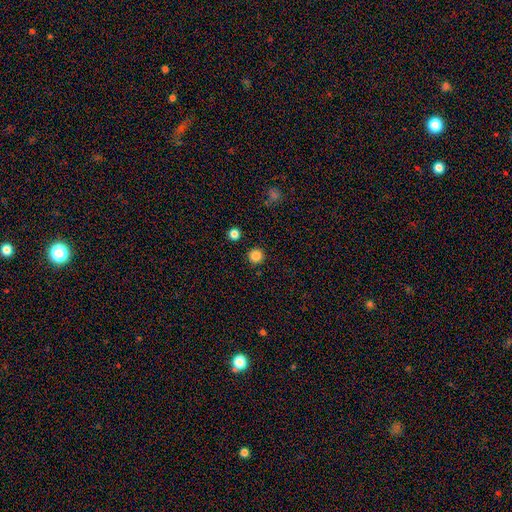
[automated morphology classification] The model was most divided on "smooth or featured": smooth: 84%, star or artifact: 12%, featured or disk: 4%. More confident: how rounded — round (96%); merging — none (93%).